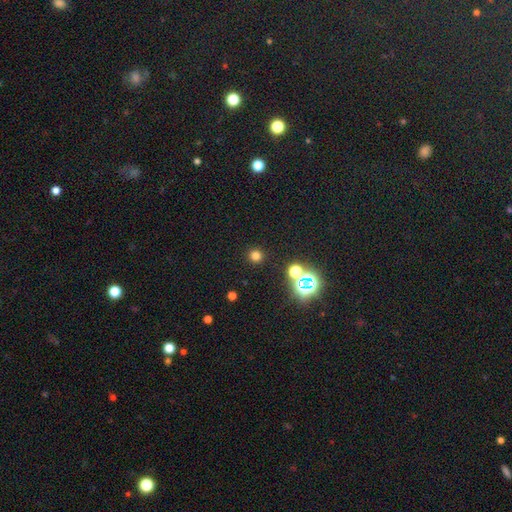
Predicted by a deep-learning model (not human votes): Smooth or featured? smooth (71%)
How rounded? round (95%)
Merging? none (90%)